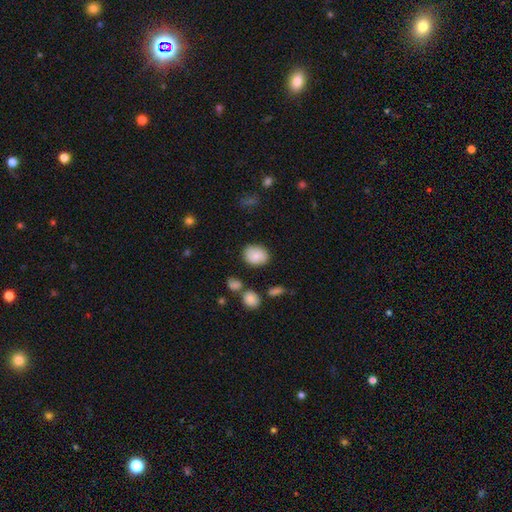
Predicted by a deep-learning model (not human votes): Smooth or featured? Predicted: smooth (p=0.83). How rounded? Predicted: in between (p=0.55). Merging? Predicted: none (p=0.83).